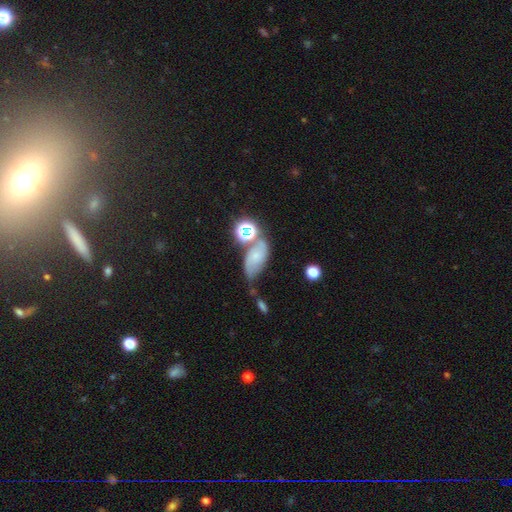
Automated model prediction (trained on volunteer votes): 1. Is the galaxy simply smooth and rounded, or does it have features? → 45% smooth, 39% featured or disk, 16% star or artifact.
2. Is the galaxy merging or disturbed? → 39% none, 24% minor disturbance, 24% merger, 13% major disturbance.